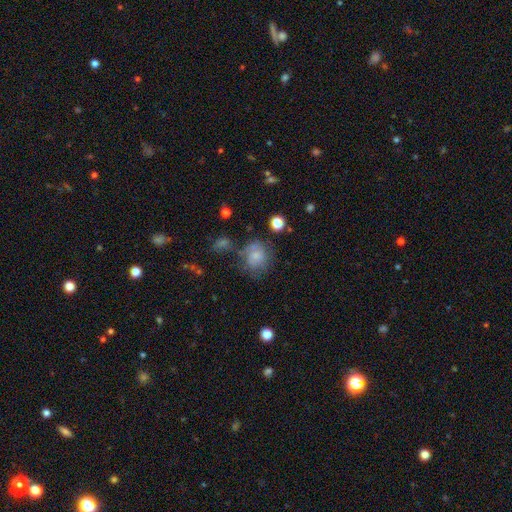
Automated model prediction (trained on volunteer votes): The model was most divided on "merging": none: 53%, minor disturbance: 23%, major disturbance: 14%, merger: 11%. More confident: how rounded — round (73%); smooth or featured — smooth (68%).